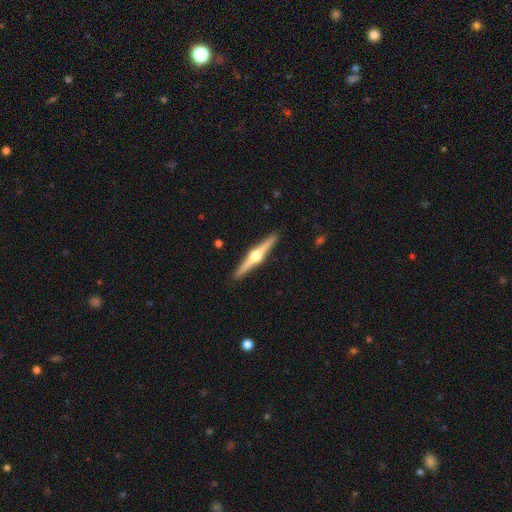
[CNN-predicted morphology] Smooth or featured: featured or disk — 82% (smooth — 13%)
Edge-on disk: yes — 98% (no — 2%)
Edge-on bulge: rounded — 96% (boxy — 3%)
Merging: none — 92% (minor disturbance — 5%)